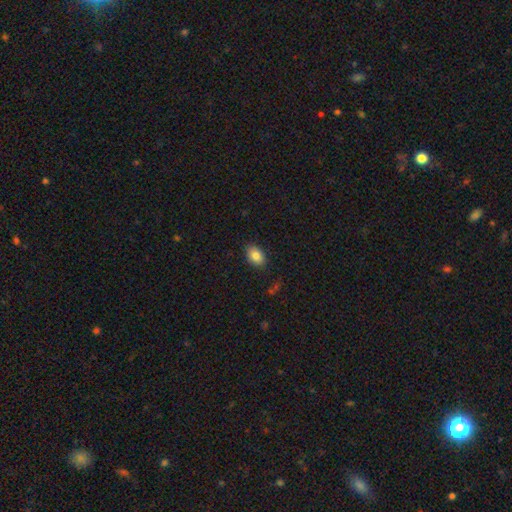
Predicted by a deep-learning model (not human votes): This is clearly a smooth galaxy (84%). How rounded: clearly in between (83%). Merging: clearly none (86%).